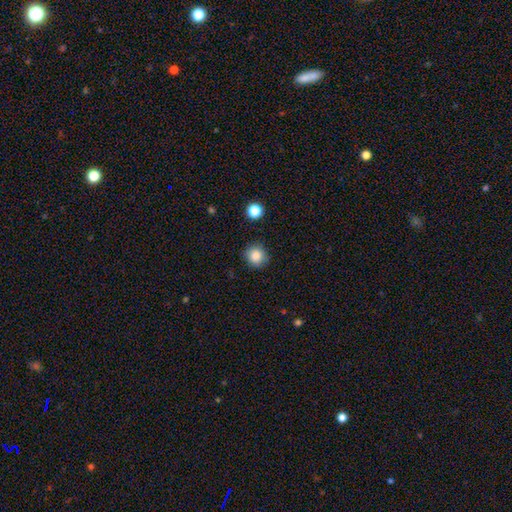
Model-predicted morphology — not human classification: smooth_or_featured: smooth (p=0.85) [alt: star or artifact p=0.10]
how_rounded: round (p=0.90) [alt: in between p=0.09]
merging: none (p=0.85) [alt: minor disturbance p=0.11]